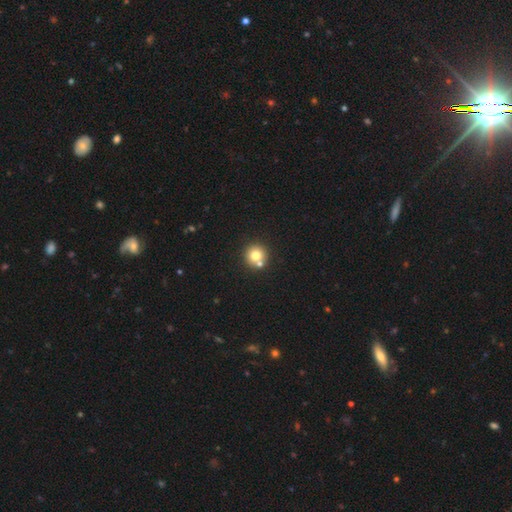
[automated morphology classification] Smooth or featured? Predicted: smooth (p=0.75). How rounded? Predicted: round (p=0.93). Merging? Predicted: none (p=0.69).